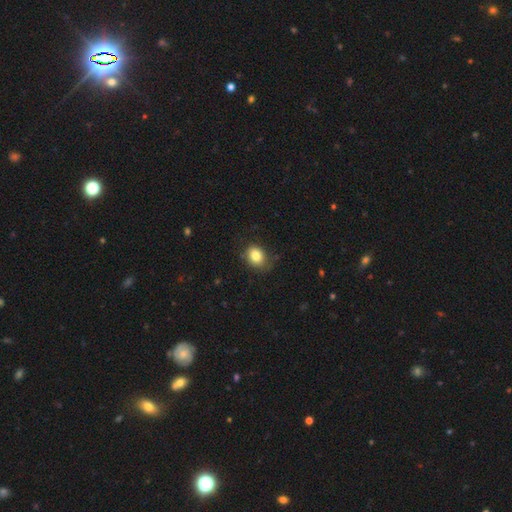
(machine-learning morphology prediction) type=smooth (83%); roundness=in between (54%); merging=none (75%).